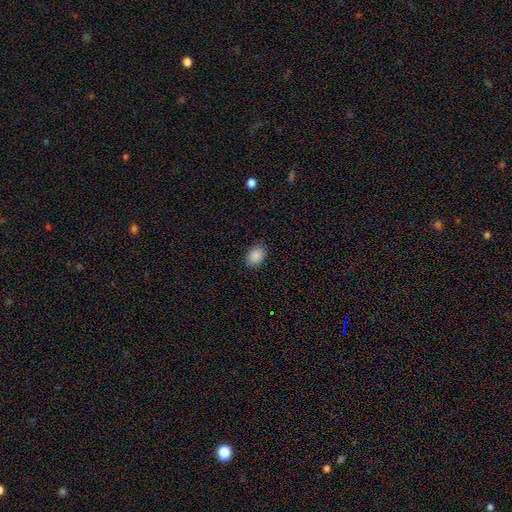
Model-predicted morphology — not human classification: smooth_or_featured: smooth (p=0.89) [alt: star or artifact p=0.08]
how_rounded: in between (p=0.81) [alt: round p=0.18]
merging: none (p=0.85) [alt: minor disturbance p=0.11]